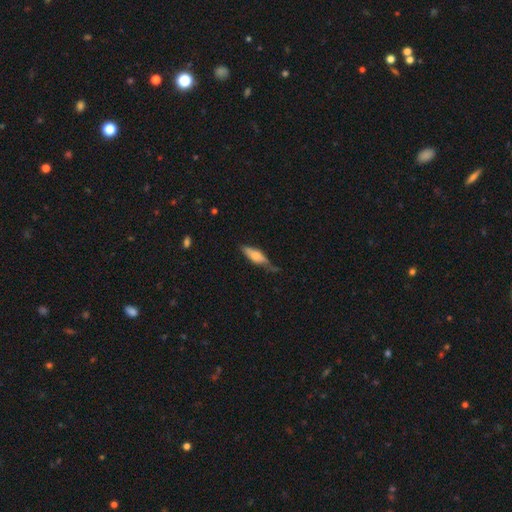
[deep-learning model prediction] A smooth galaxy with no disk features (50%) that is cigar-shaped (54%). Merging: none (57%).